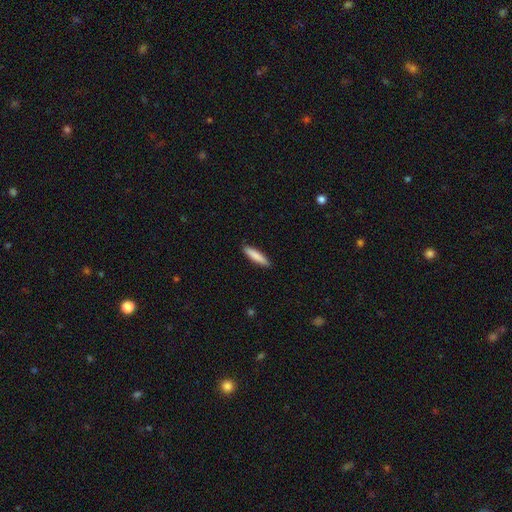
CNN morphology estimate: Q: Smooth or featured?
A: smooth (83%); runner-up: featured or disk (11%)
Q: How rounded?
A: cigar-shaped (83%); runner-up: in between (16%)
Q: Merging?
A: none (89%); runner-up: minor disturbance (8%)